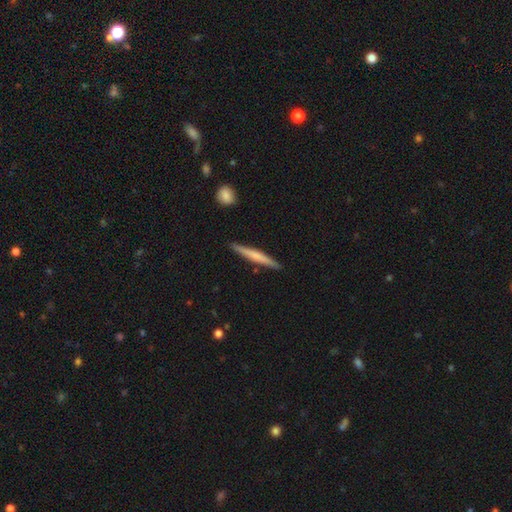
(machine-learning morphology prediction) smooth_or_featured: smooth (p=0.51) [alt: featured or disk p=0.44]
how_rounded: cigar-shaped (p=0.96) [alt: in between p=0.03]
merging: none (p=0.90) [alt: minor disturbance p=0.07]